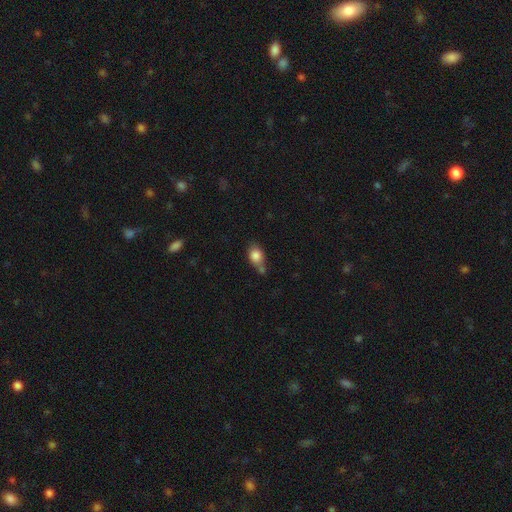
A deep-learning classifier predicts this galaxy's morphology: A smooth galaxy with no disk features (82%) that is in between round and cigar-shaped (60%). Merging: none (44%).